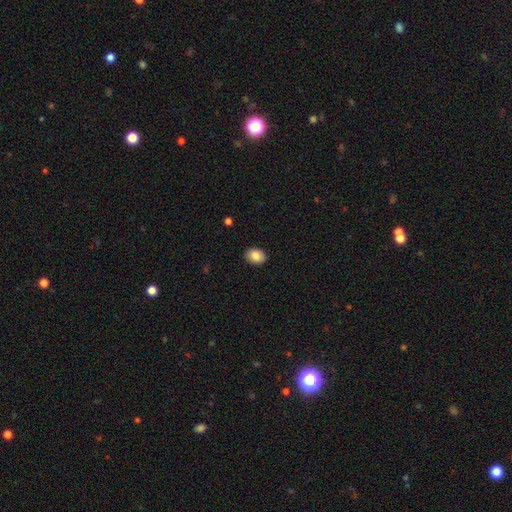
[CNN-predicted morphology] A smooth galaxy with no disk features (86%) that is in between round and cigar-shaped (74%).

Vote fractions:
- Smooth or featured? smooth: 86% / star or artifact: 7% / featured or disk: 7%
- How rounded? in between: 74% / round: 25% / cigar-shaped: 1%
- Merging? none: 89% / minor disturbance: 8% / major disturbance: 2% / merger: 1%